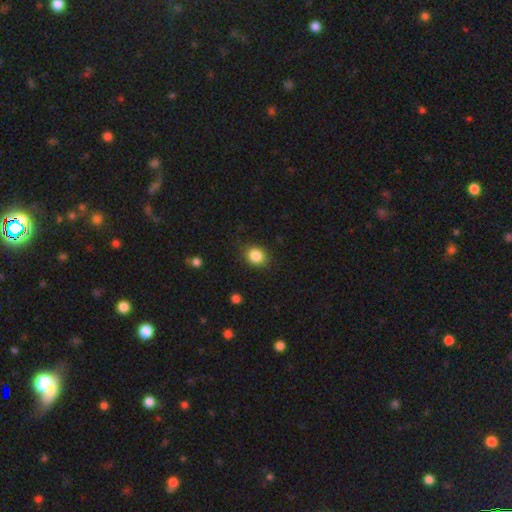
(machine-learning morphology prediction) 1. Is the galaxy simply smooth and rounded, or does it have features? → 85% smooth, 10% star or artifact, 5% featured or disk.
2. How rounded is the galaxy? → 70% round, 29% in between, 1% cigar-shaped.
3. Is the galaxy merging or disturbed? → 82% none, 13% minor disturbance, 4% major disturbance, 1% merger.